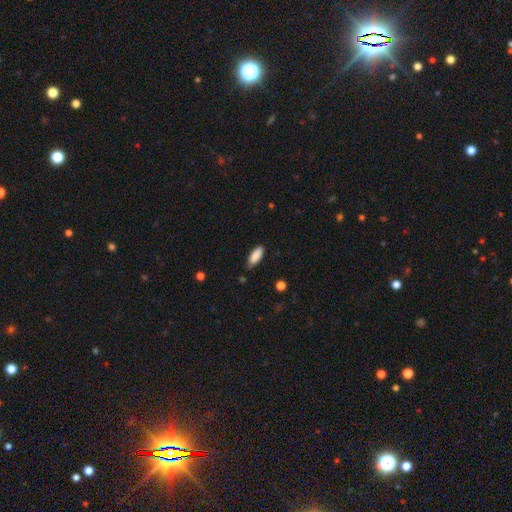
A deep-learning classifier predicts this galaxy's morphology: This appears to be a smooth galaxy with no disk features (88%) that is in between round and cigar-shaped (76%). Merging: none (77%).